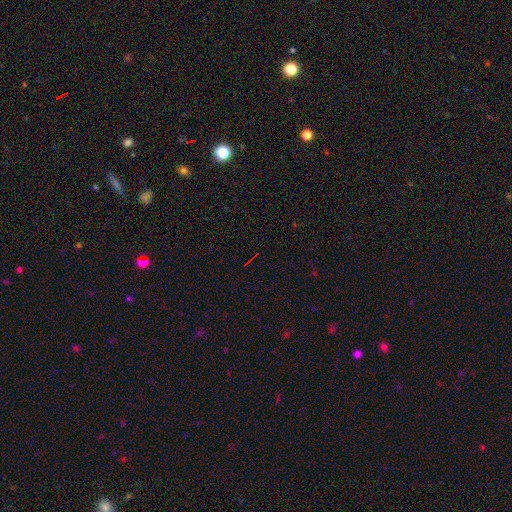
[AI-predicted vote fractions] The model was most divided on "smooth or featured": star or artifact: 74%, smooth: 14%, featured or disk: 11%.